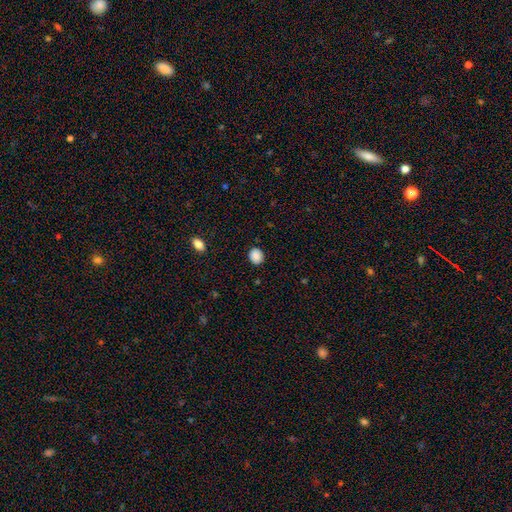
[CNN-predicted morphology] A smooth galaxy with no disk features (89%) that is round (74%). Merging: none (89%).